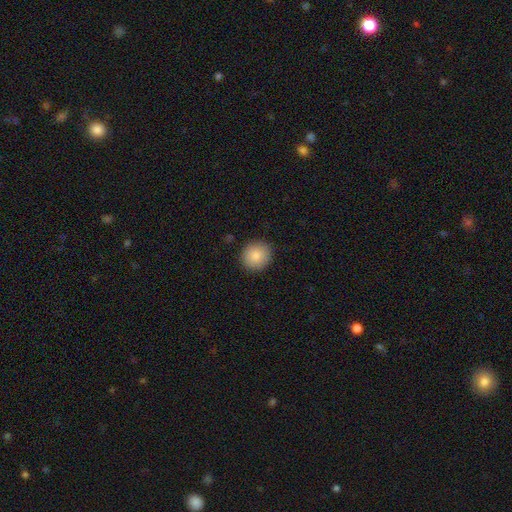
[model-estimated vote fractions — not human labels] Smooth or featured: smooth — 85% (star or artifact — 8%)
How rounded: round — 89% (in between — 10%)
Merging: none — 90% (minor disturbance — 7%)